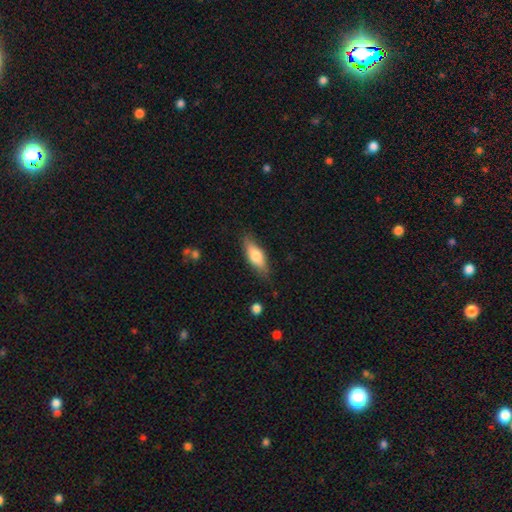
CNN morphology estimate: Smooth or featured? Predicted: smooth (p=0.67). How rounded? Predicted: in between (p=0.63). Merging? Predicted: none (p=0.79).